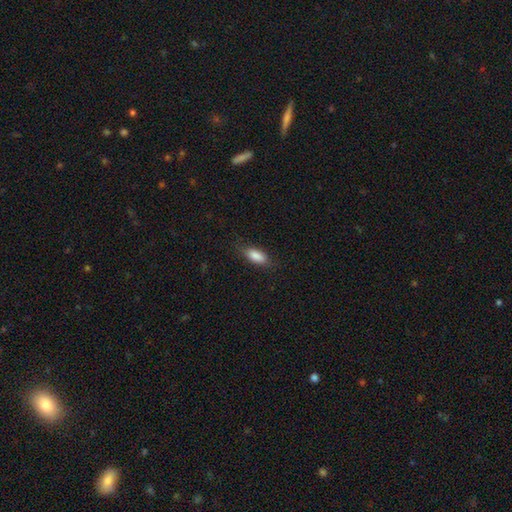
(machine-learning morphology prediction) Smooth or featured: smooth — 86% (featured or disk — 7%)
How rounded: in between — 79% (cigar-shaped — 19%)
Merging: none — 79% (minor disturbance — 16%)